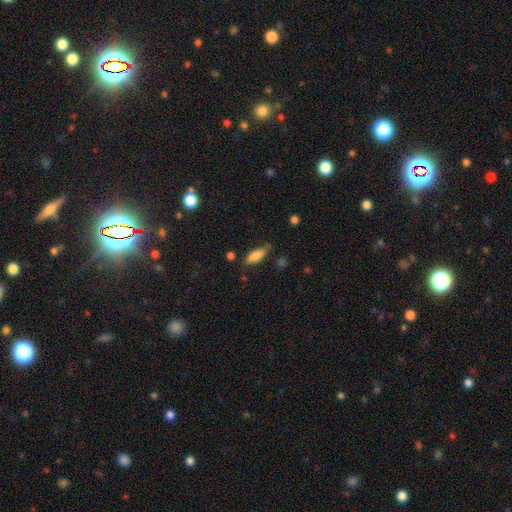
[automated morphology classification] Overall: smooth (82%). How rounded: in between (73%). Merging: none (72%).